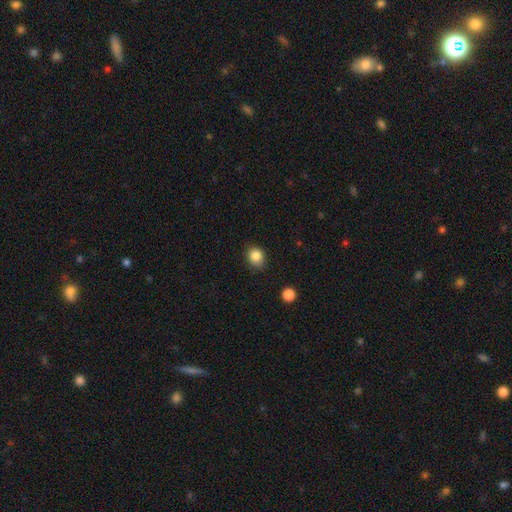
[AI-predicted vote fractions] A smooth galaxy with no disk features (85%) that is round (64%).

Vote fractions:
- Smooth or featured? smooth: 85% / star or artifact: 10% / featured or disk: 5%
- How rounded? round: 64% / in between: 35% / cigar-shaped: 1%
- Merging? none: 84% / minor disturbance: 12% / major disturbance: 3% / merger: 1%